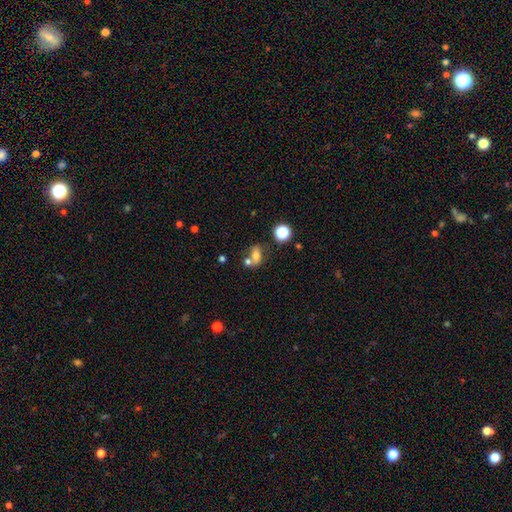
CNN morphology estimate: This appears to be a smooth galaxy with no disk features (59%) that is in between round and cigar-shaped (67%). Merging: none (41%).